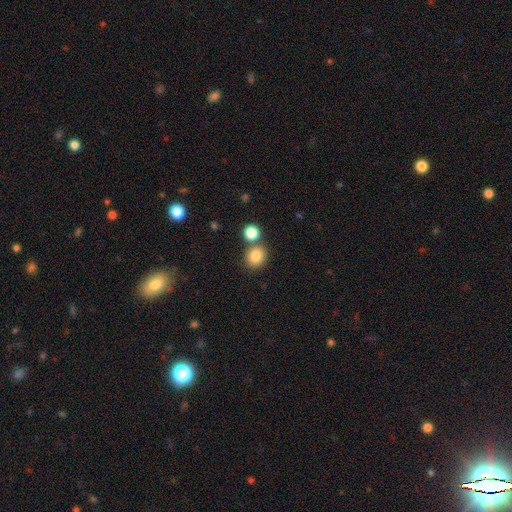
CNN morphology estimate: Overall: smooth (83%). How rounded: round (80%). Merging: none (67%).